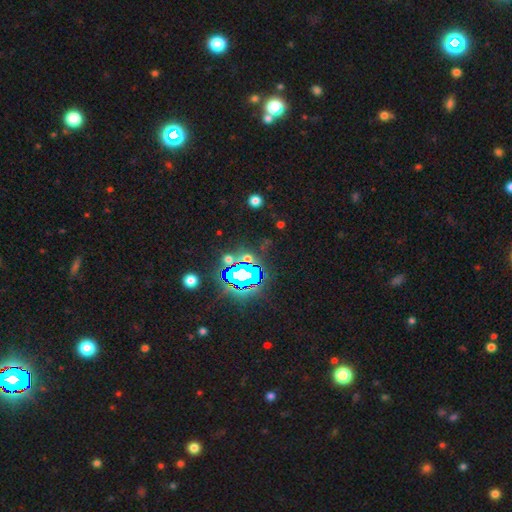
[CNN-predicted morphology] Smooth or featured: star or artifact — 82% (smooth — 11%)